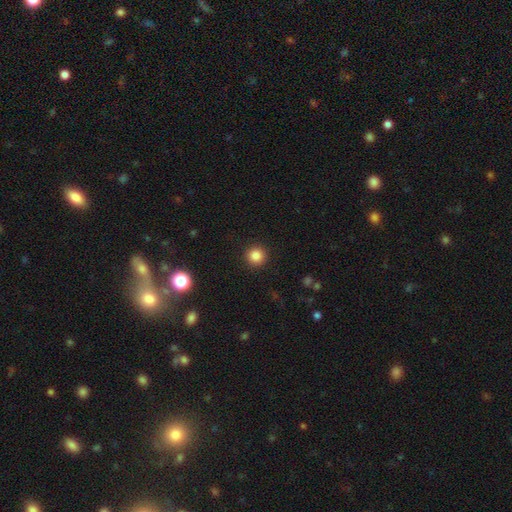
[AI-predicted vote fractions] This appears to be a smooth galaxy with no disk features (85%) that is round (95%). Merging: none (92%).